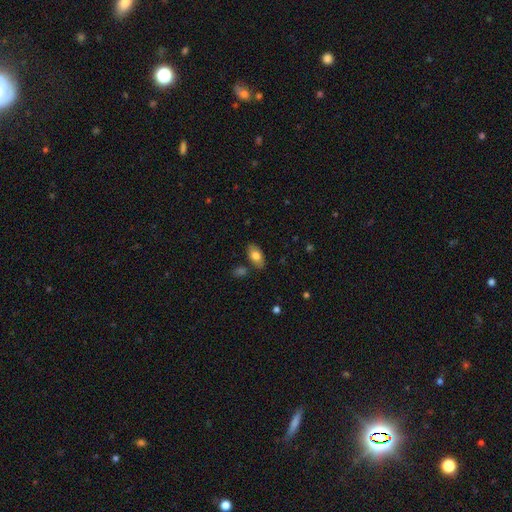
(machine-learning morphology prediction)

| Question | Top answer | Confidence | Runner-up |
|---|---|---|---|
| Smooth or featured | smooth | 78% | featured or disk (15%) |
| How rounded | in between | 92% | round (4%) |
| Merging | none | 80% | minor disturbance (12%) |